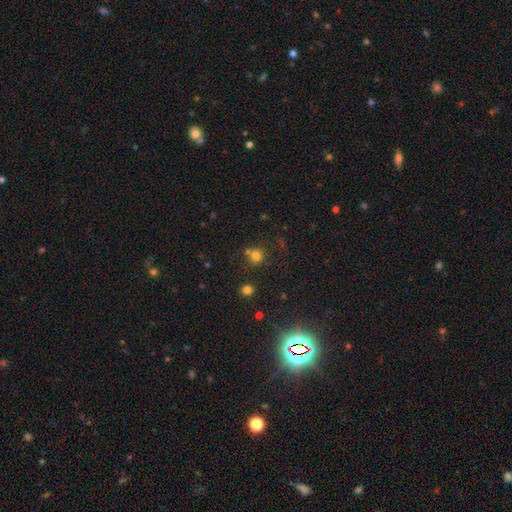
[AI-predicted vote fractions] Smooth or featured: smooth — 75% (star or artifact — 18%)
How rounded: round — 88% (in between — 11%)
Merging: none — 67% (merger — 20%)